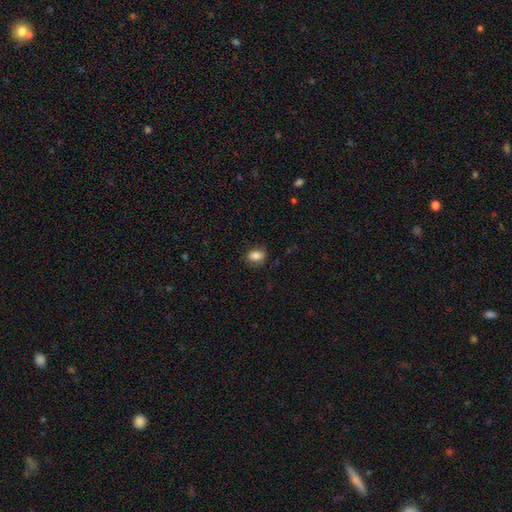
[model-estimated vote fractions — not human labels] smooth 83%, star or artifact 9%, featured or disk 8%. Down the decision tree: how rounded — in between (66%); merging — none (79%).